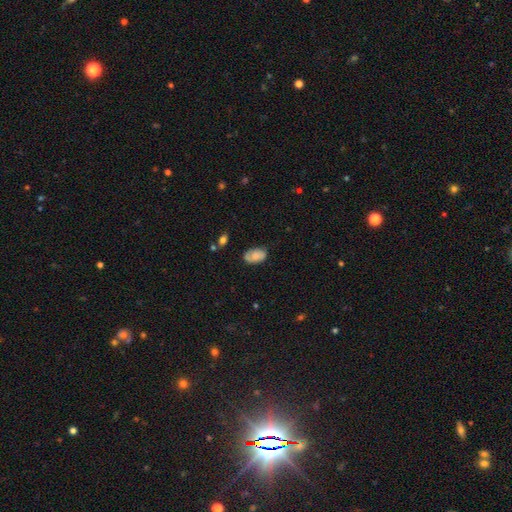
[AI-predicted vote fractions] Smooth or featured? Predicted: smooth (p=0.67). How rounded? Predicted: in between (p=0.91). Merging? Predicted: none (p=0.67).